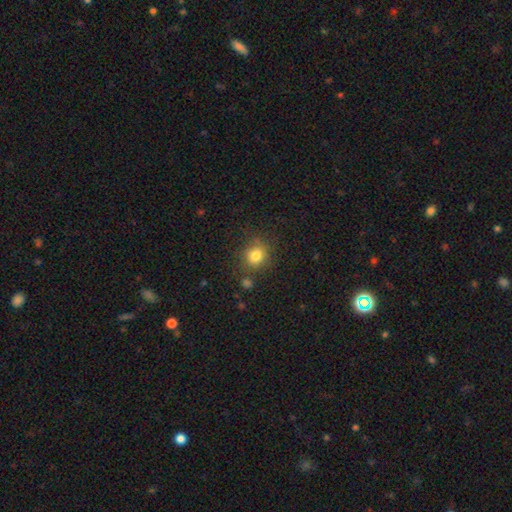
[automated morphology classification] This appears to be a smooth galaxy with no disk features (81%) that is round (83%). Merging: none (78%).